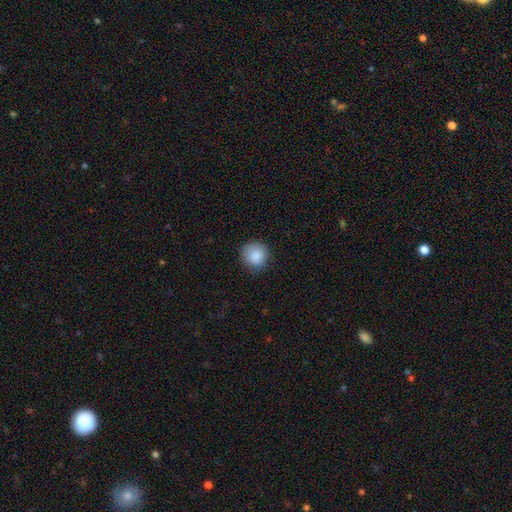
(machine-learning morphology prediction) The model was most divided on "merging": none: 79%, minor disturbance: 17%, major disturbance: 4%, merger: 1%. More confident: how rounded — round (90%); smooth or featured — smooth (87%).